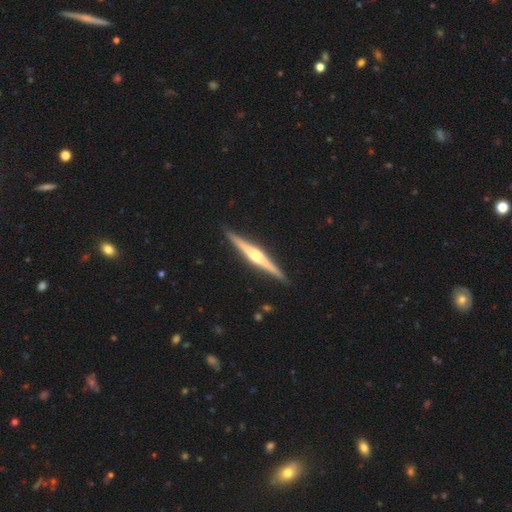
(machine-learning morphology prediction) This appears to be a featured or disk galaxy (80%) viewed edge-on (98%) with a rounded central bulge (90%). Merging: none (91%).